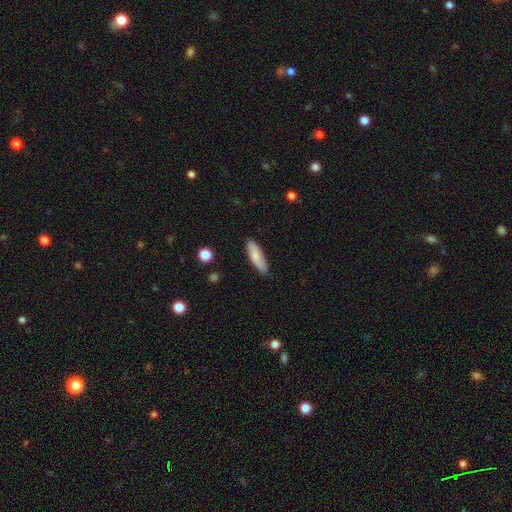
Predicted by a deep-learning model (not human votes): Morphology: type=smooth (80%); roundness=cigar-shaped (52%); merging=none (84%).